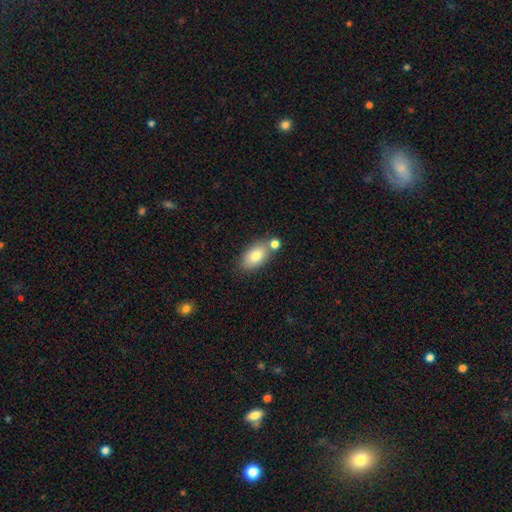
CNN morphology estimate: Smooth or featured? smooth (79%)
How rounded? in between (90%)
Merging? none (63%)